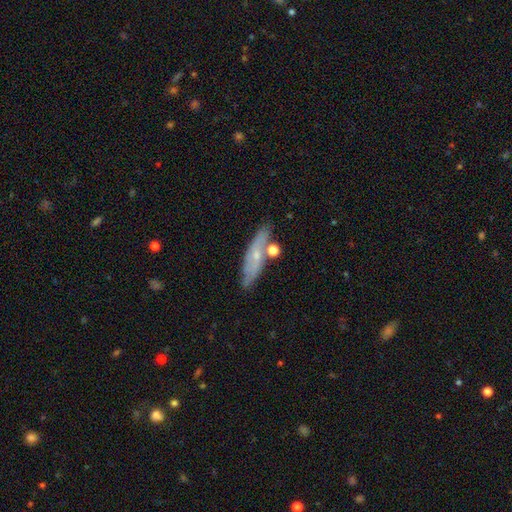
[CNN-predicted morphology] Smooth or featured? Predicted: featured or disk (p=0.54). Edge-on disk? Predicted: no (p=0.58). Merging? Predicted: none (p=0.70).